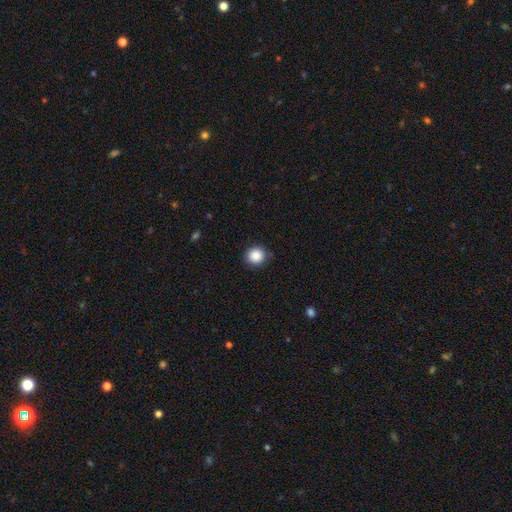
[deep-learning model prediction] A smooth galaxy with no disk features (87%) that is round (87%).

Vote fractions:
- Smooth or featured? smooth: 87% / star or artifact: 9% / featured or disk: 4%
- How rounded? round: 87% / in between: 12% / cigar-shaped: 1%
- Merging? none: 86% / minor disturbance: 10% / major disturbance: 2% / merger: 1%